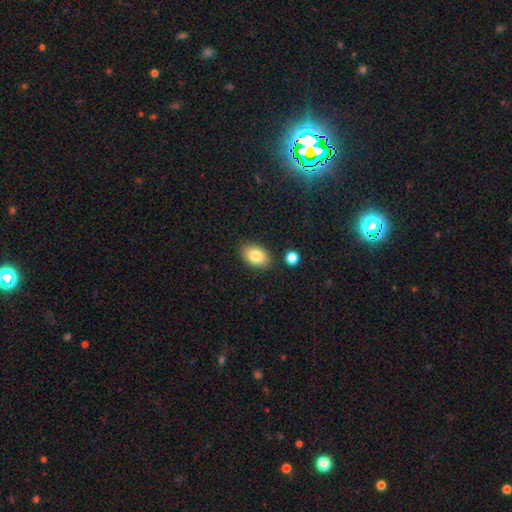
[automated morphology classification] Q: Smooth or featured?
A: smooth (84%); runner-up: featured or disk (9%)
Q: How rounded?
A: in between (89%); runner-up: round (10%)
Q: Merging?
A: none (85%); runner-up: minor disturbance (9%)